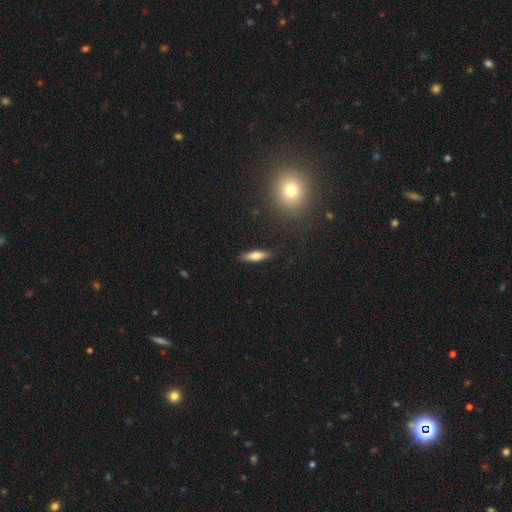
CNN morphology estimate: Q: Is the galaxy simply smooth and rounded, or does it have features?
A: smooth — 66%.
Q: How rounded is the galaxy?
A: cigar-shaped — 63%.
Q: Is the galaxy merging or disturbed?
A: none — 88%.